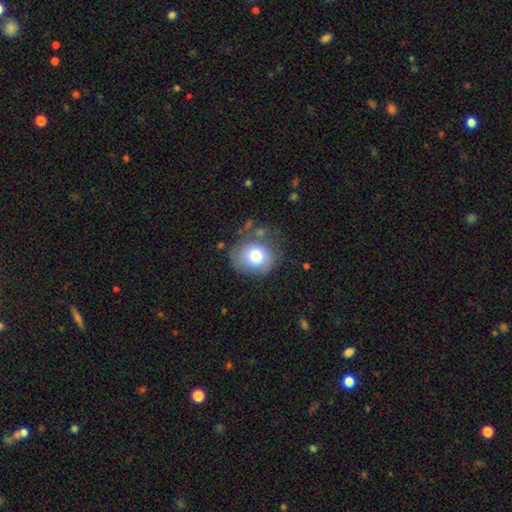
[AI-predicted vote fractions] Smooth or featured: smooth — 76% (featured or disk — 15%)
How rounded: round — 67% (in between — 32%)
Merging: none — 66% (minor disturbance — 20%)